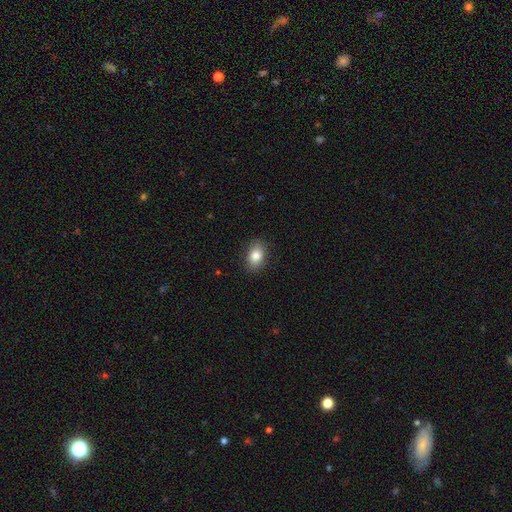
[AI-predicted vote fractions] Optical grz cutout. It shows a smooth galaxy with no disk features (85%) that is in between round and cigar-shaped (82%). Merging: none (87%).